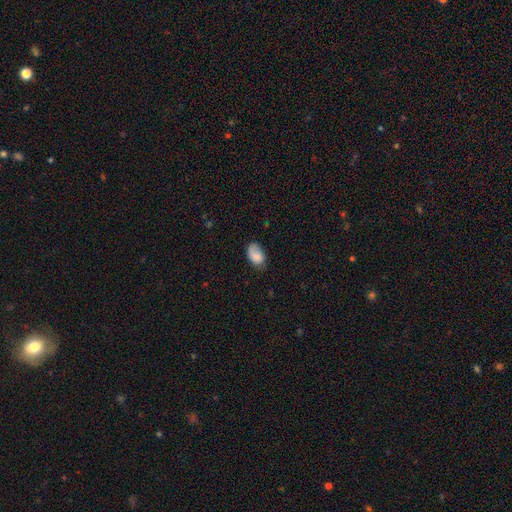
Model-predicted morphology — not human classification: smooth 79%, featured or disk 13%, star or artifact 7%. Down the decision tree: how rounded — in between (90%); merging — none (61%).